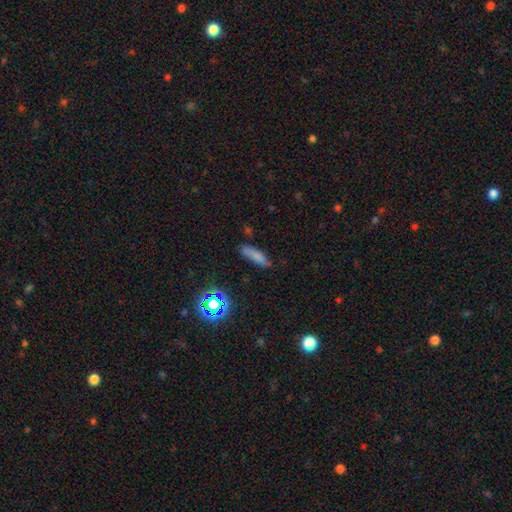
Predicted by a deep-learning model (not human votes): A smooth galaxy with no disk features (73%) that is cigar-shaped (65%). Merging: none (74%).